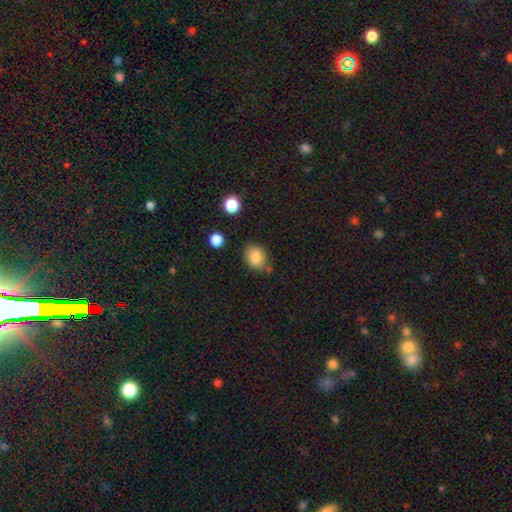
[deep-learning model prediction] A smooth galaxy with no disk features (84%) that is in between round and cigar-shaped (61%).

Vote fractions:
- Smooth or featured? smooth: 84% / star or artifact: 9% / featured or disk: 6%
- How rounded? in between: 61% / round: 38% / cigar-shaped: 1%
- Merging? none: 67% / minor disturbance: 21% / merger: 8% / major disturbance: 5%